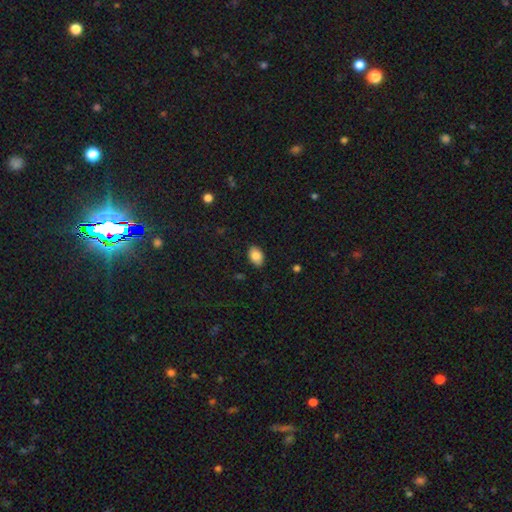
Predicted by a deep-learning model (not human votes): Smooth or featured: smooth — 85% (featured or disk — 8%)
How rounded: in between — 86% (round — 13%)
Merging: none — 88% (minor disturbance — 9%)